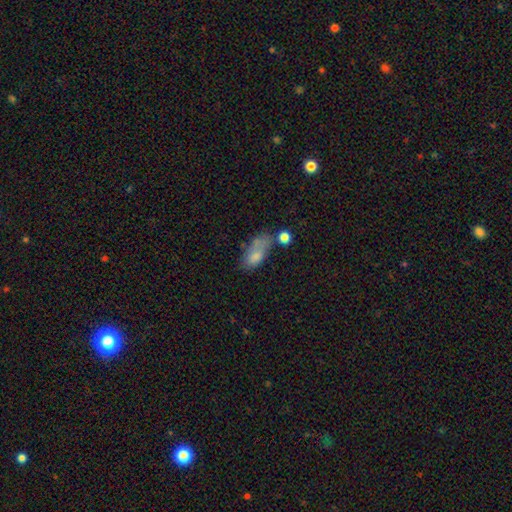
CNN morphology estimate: A smooth galaxy with no disk features (71%) that is in between round and cigar-shaped (85%).

Vote fractions:
- Smooth or featured? smooth: 71% / featured or disk: 19% / star or artifact: 10%
- How rounded? in between: 85% / cigar-shaped: 10% / round: 5%
- Merging? none: 31% / minor disturbance: 25% / major disturbance: 24% / merger: 20%